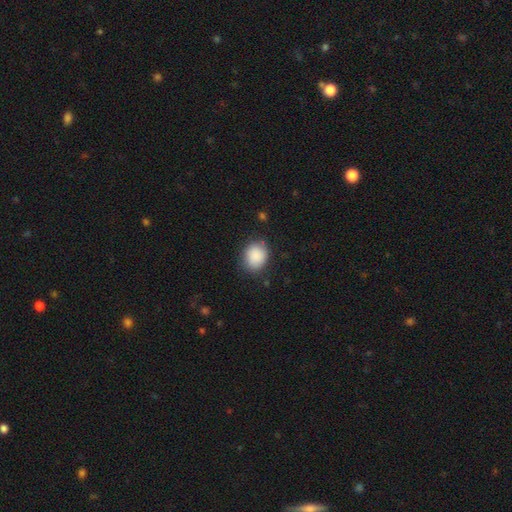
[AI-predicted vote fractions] Q: Smooth or featured?
A: smooth (88%); runner-up: star or artifact (8%)
Q: How rounded?
A: round (57%); runner-up: in between (42%)
Q: Merging?
A: none (80%); runner-up: minor disturbance (15%)